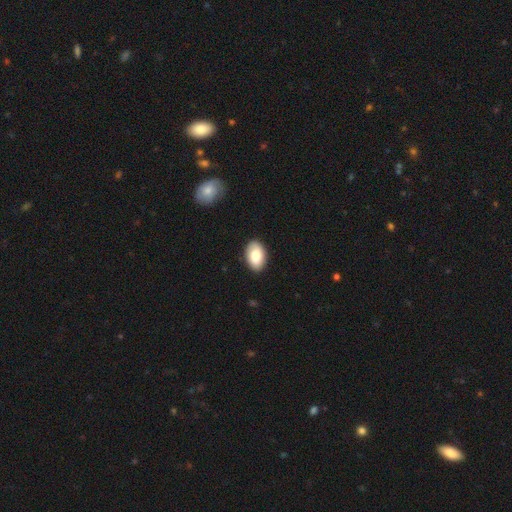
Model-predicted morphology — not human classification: The model was most divided on "smooth or featured": smooth: 84%, featured or disk: 10%, star or artifact: 6%. More confident: how rounded — in between (92%); merging — none (88%).